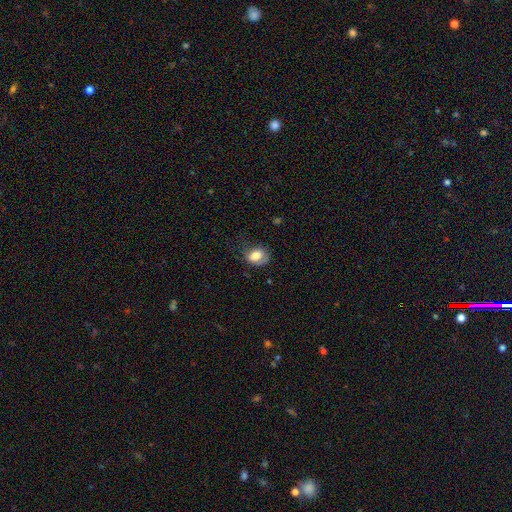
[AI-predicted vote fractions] Q: Smooth or featured?
A: smooth (76%); runner-up: featured or disk (16%)
Q: How rounded?
A: in between (64%); runner-up: round (34%)
Q: Merging?
A: none (46%); runner-up: minor disturbance (32%)